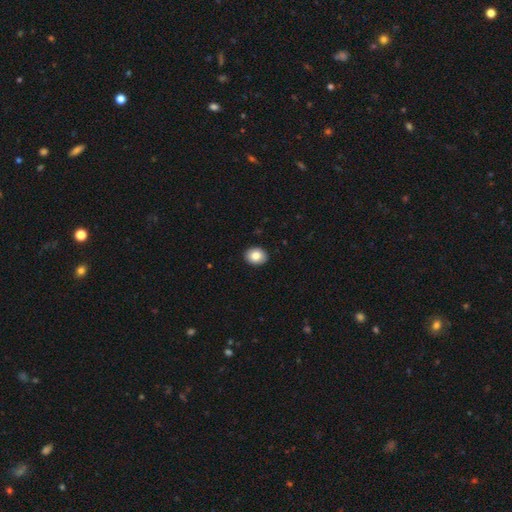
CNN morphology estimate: Smooth or featured? Predicted: smooth (p=0.83). How rounded? Predicted: in between (p=0.53). Merging? Predicted: none (p=0.92).